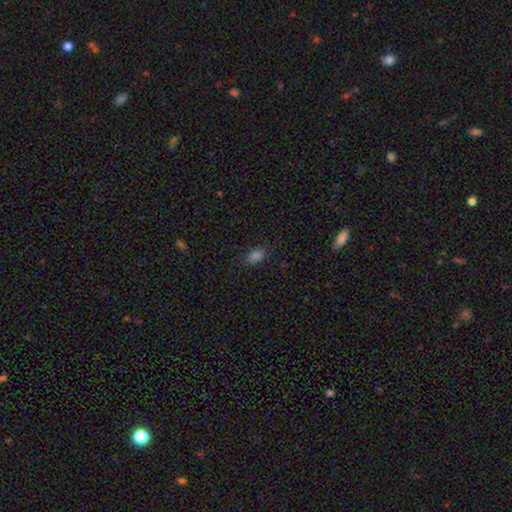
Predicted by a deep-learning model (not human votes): Smooth or featured? Predicted: smooth (p=0.79). How rounded? Predicted: in between (p=0.86). Merging? Predicted: none (p=0.81).